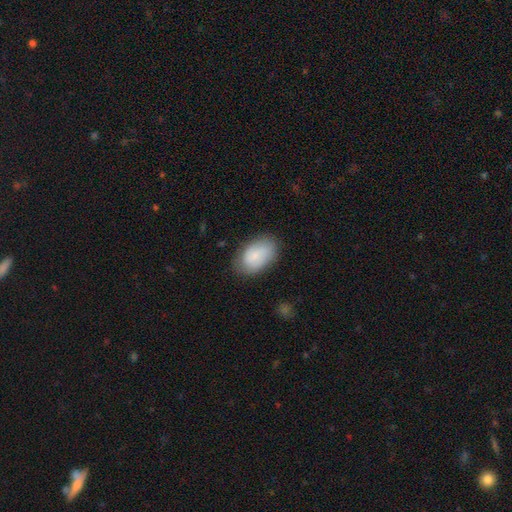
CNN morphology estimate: smooth_or_featured: smooth (p=0.81) [alt: featured or disk p=0.12]
how_rounded: in between (p=0.92) [alt: round p=0.07]
merging: none (p=0.77) [alt: minor disturbance p=0.18]